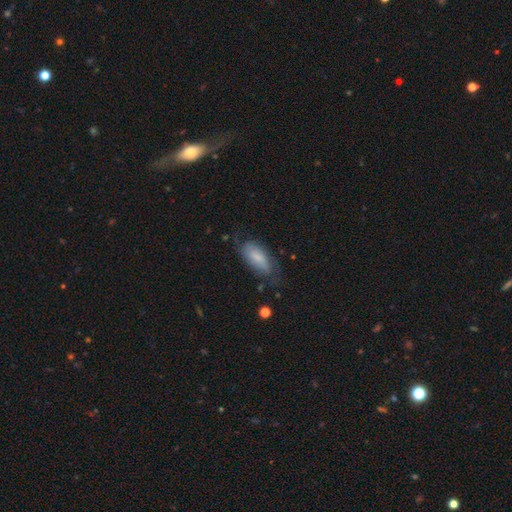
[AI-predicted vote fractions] Smooth or featured? Predicted: smooth (p=0.66). How rounded? Predicted: in between (p=0.84). Merging? Predicted: none (p=0.59).